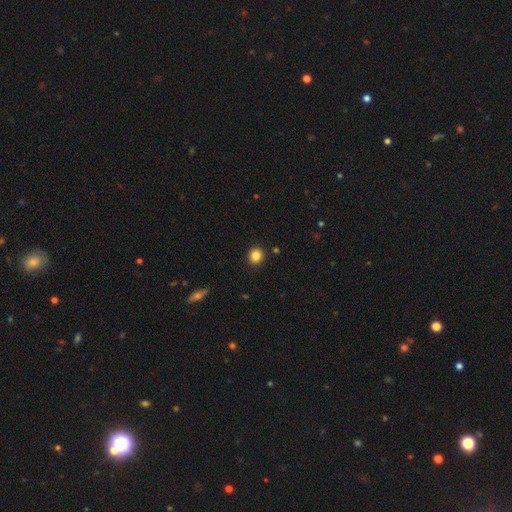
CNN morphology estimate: smooth-or-featured: smooth: 84% | star or artifact: 11% | featured or disk: 5%
  how-rounded: round: 86% | in between: 13% | cigar-shaped: 1%
  merging: none: 92% | minor disturbance: 5% | major disturbance: 2% | merger: 1%